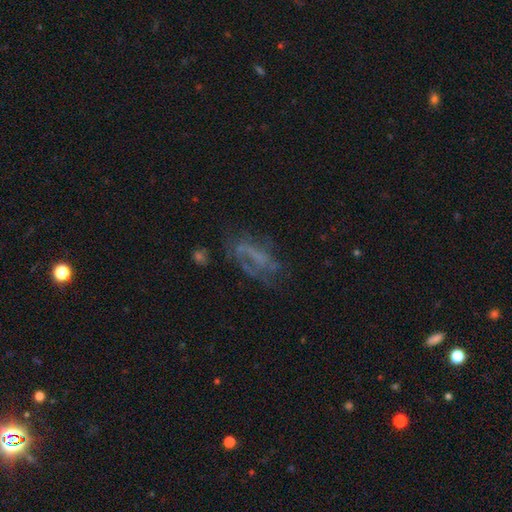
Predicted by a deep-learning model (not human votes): A featured or disk galaxy (54%). Merging: none (44%).